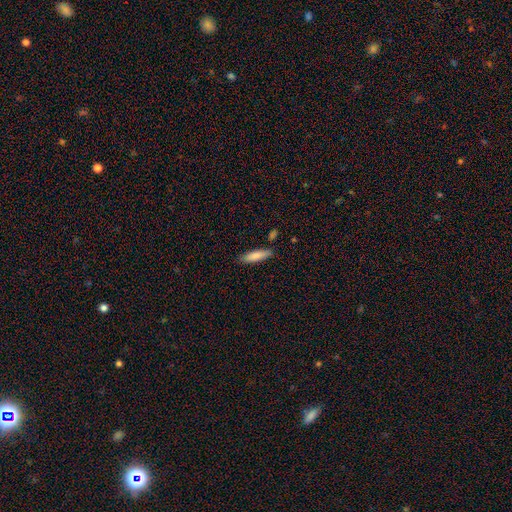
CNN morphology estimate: A smooth galaxy with no disk features (82%) that is cigar-shaped (69%). Merging: none (82%).